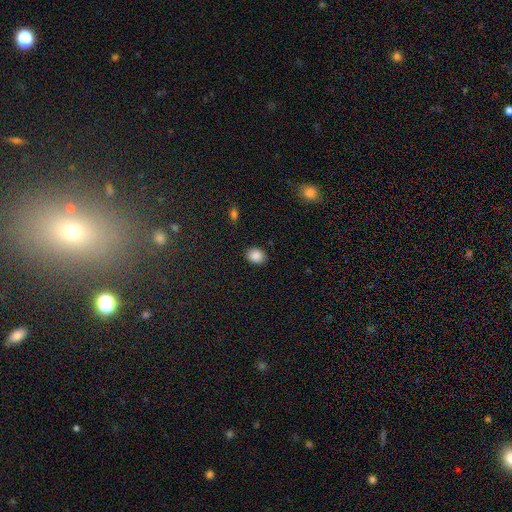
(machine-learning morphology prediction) Smooth or featured? Predicted: smooth (p=0.88). How rounded? Predicted: round (p=0.52). Merging? Predicted: none (p=0.88).